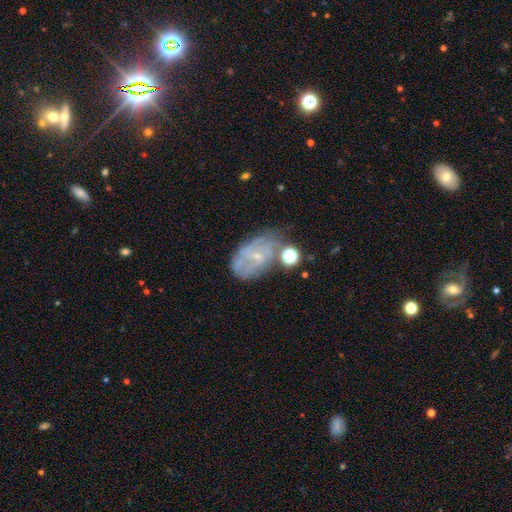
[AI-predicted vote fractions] The model was most divided on "merging": none: 49%, minor disturbance: 24%, major disturbance: 14%, merger: 13%. More confident: edge-on disk — no (95%); bulge size — small (77%); bar — no (65%); spiral arms — yes (63%); smooth or featured — featured or disk (60%).